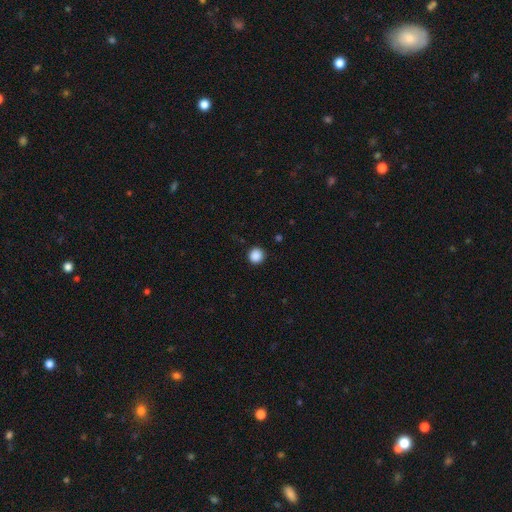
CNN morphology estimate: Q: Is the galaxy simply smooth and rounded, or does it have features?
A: smooth — 88%.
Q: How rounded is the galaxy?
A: round — 94%.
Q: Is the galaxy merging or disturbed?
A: none — 92%.